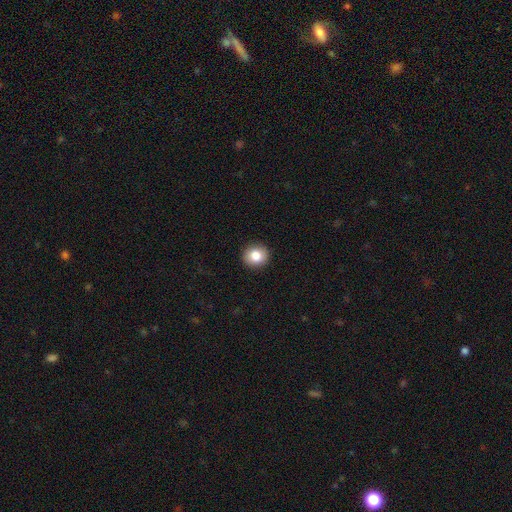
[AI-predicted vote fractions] Smooth or featured?
  - smooth: 84% *
  - star or artifact: 9%
  - featured or disk: 7%
How rounded?
  - round: 85% *
  - in between: 14%
  - cigar-shaped: 1%
Merging?
  - none: 92% *
  - minor disturbance: 6%
  - major disturbance: 2%
  - merger: 1%